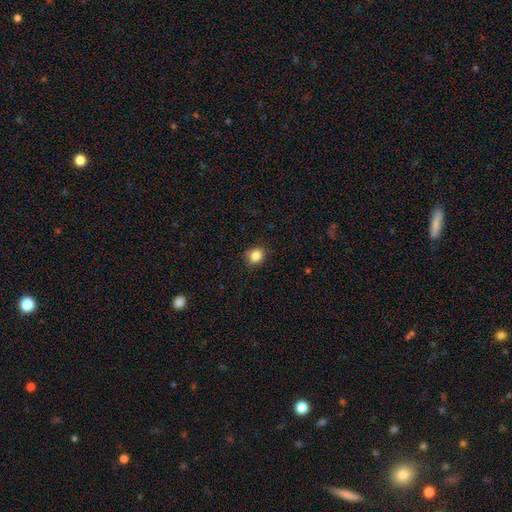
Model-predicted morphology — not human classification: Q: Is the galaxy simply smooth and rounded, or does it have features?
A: smooth — 85%.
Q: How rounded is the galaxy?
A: round — 67%.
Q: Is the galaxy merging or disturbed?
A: none — 86%.